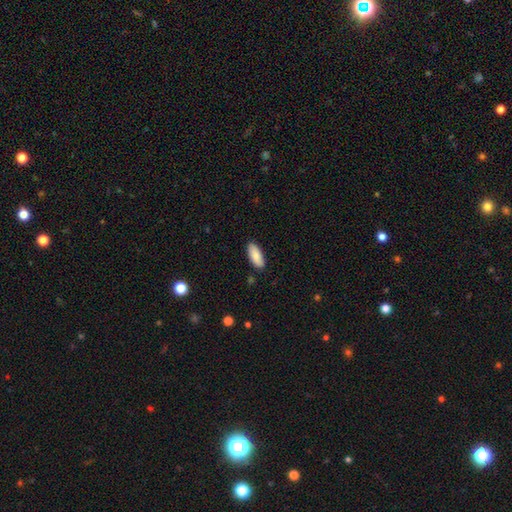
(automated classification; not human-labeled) Smooth or featured? Predicted: smooth (p=0.88). How rounded? Predicted: in between (p=0.83). Merging? Predicted: none (p=0.88).